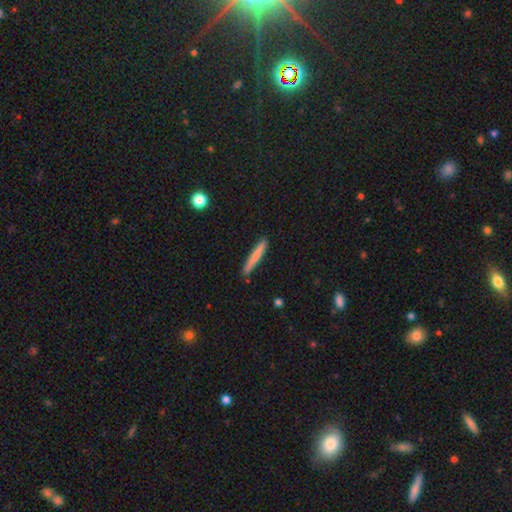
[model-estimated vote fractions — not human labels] Overall: smooth (74%). How rounded: cigar-shaped (96%). Merging: none (87%).